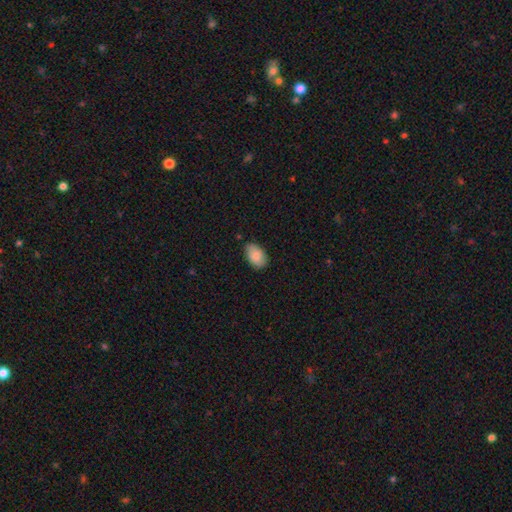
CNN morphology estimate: Smooth or featured?
  - smooth: 85% *
  - featured or disk: 8%
  - star or artifact: 7%
How rounded?
  - in between: 91% *
  - round: 8%
  - cigar-shaped: 1%
Merging?
  - none: 82% *
  - minor disturbance: 15%
  - major disturbance: 2%
  - merger: 1%